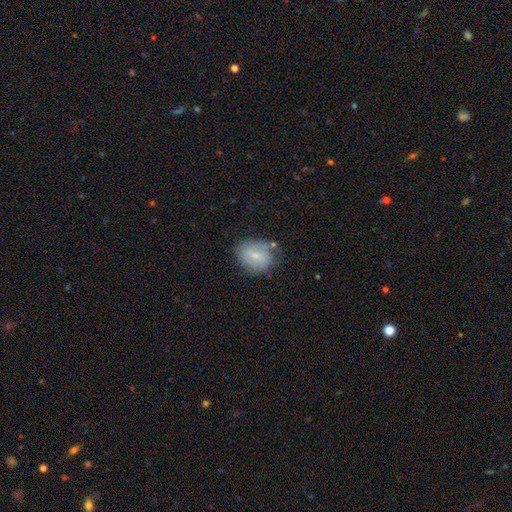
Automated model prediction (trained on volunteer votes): smooth 59%, featured or disk 33%, star or artifact 8%. Down the decision tree: how rounded — in between (52%); merging — none (60%).